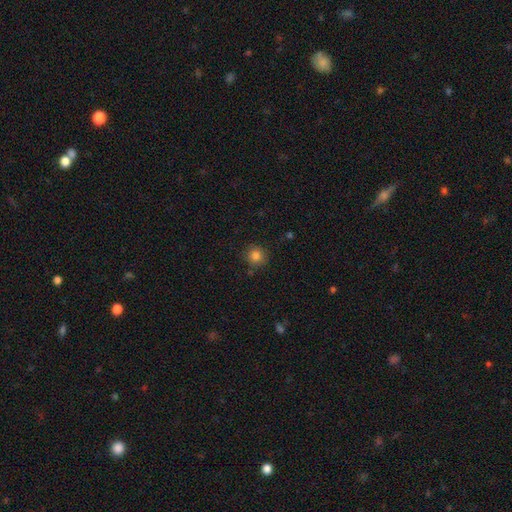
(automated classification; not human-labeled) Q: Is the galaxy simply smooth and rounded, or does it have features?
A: smooth — 83%.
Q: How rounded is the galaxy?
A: round — 91%.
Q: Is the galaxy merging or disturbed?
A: none — 85%.